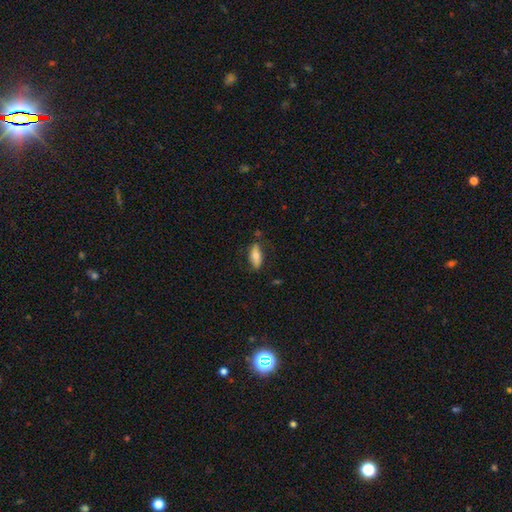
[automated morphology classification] This appears to be a smooth galaxy with no disk features (70%) that is in between round and cigar-shaped (73%). Merging: none (76%).